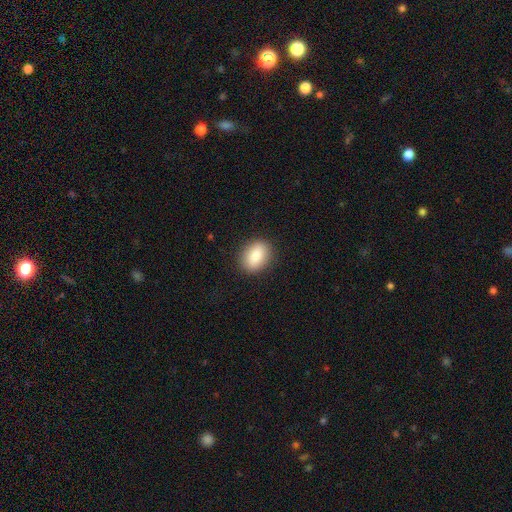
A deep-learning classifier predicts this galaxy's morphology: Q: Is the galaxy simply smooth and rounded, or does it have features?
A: smooth — 86%.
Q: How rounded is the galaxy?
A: in between — 72%.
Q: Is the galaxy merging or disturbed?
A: none — 88%.